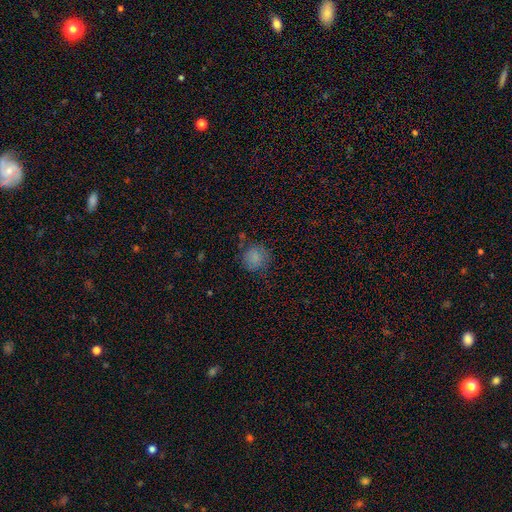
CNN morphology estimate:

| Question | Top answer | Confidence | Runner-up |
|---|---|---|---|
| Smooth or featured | smooth | 79% | star or artifact (13%) |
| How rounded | round | 89% | in between (10%) |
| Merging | none | 75% | minor disturbance (17%) |